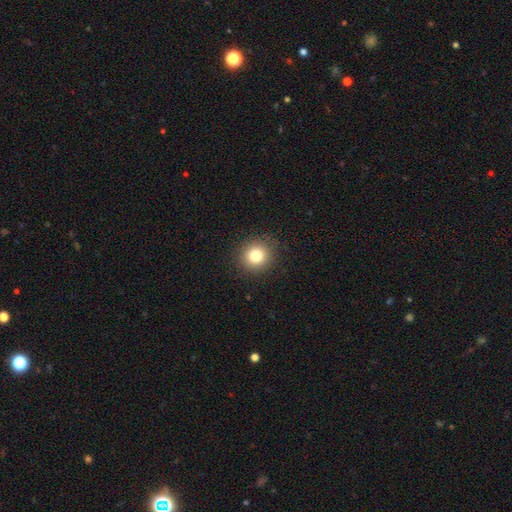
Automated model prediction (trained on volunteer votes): smooth_or_featured: smooth (p=0.81) [alt: star or artifact p=0.11]
how_rounded: round (p=0.89) [alt: in between p=0.10]
merging: none (p=0.90) [alt: minor disturbance p=0.07]